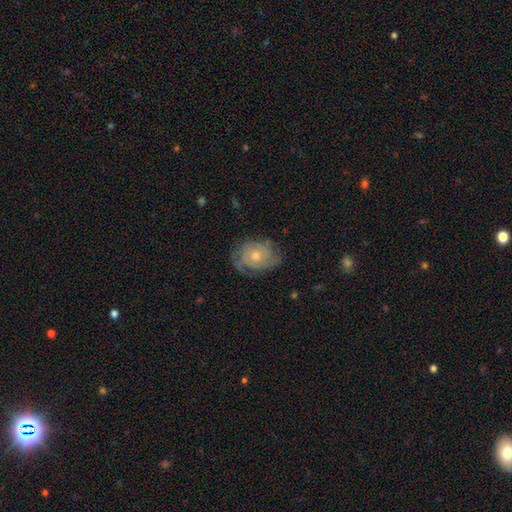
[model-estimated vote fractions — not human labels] This appears to be a featured or disk galaxy (74%) with no bar (79%), tight (65%) spiral arms (89%) and a moderate central bulge (61%). Merging: none (67%).